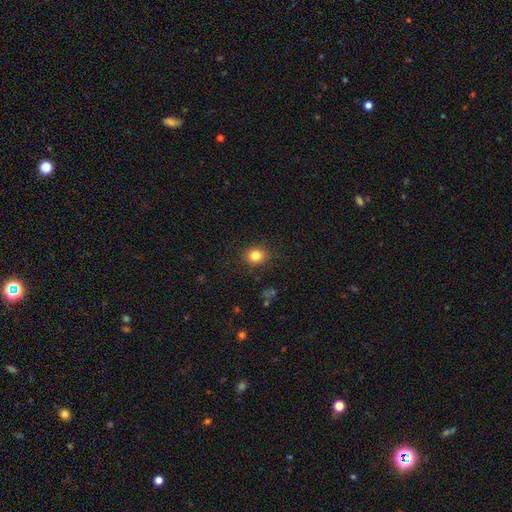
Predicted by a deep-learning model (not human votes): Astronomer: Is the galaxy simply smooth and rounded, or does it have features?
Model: smooth — 82%.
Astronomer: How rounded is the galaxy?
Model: round — 72%.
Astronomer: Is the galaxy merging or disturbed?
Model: none — 86%.